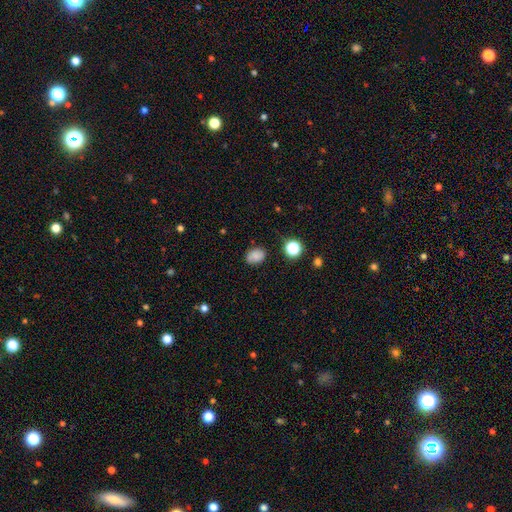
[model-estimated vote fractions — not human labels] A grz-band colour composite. It shows a smooth galaxy with no disk features (79%) that is in between round and cigar-shaped (69%). Merging: none (81%).